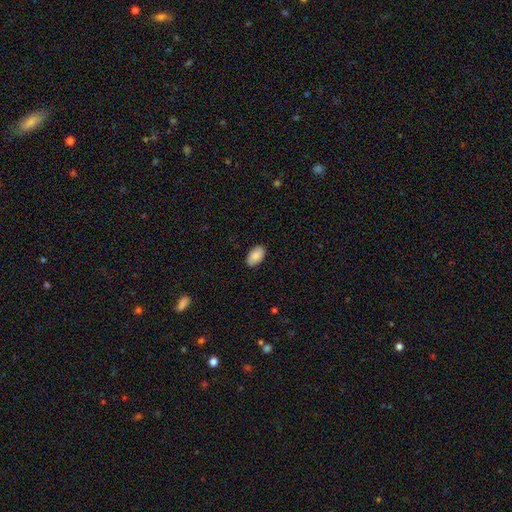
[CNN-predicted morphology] Q: Smooth or featured?
A: smooth (90%); runner-up: star or artifact (6%)
Q: How rounded?
A: in between (95%); runner-up: round (4%)
Q: Merging?
A: none (88%); runner-up: minor disturbance (9%)